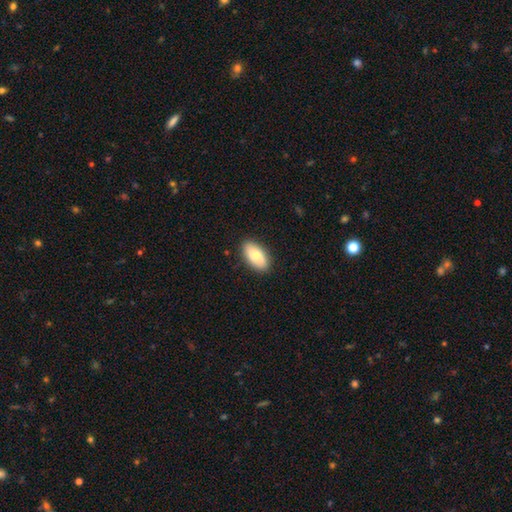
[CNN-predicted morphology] smooth-or-featured: smooth: 75% | featured or disk: 19% | star or artifact: 6%
  how-rounded: in between: 93% | cigar-shaped: 4% | round: 3%
  merging: none: 88% | minor disturbance: 9% | major disturbance: 2% | merger: 1%